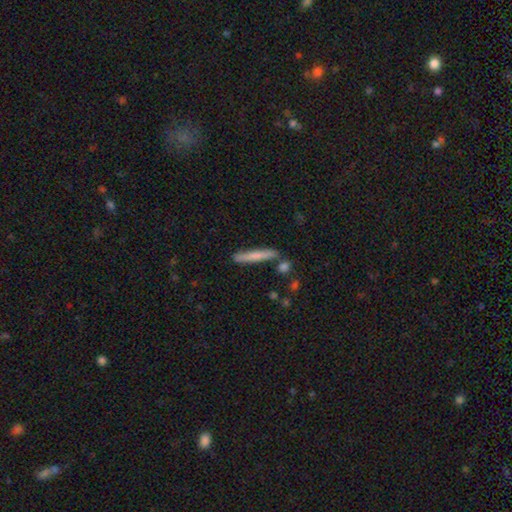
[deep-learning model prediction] Smooth or featured? smooth (66%)
How rounded? cigar-shaped (94%)
Merging? none (82%)